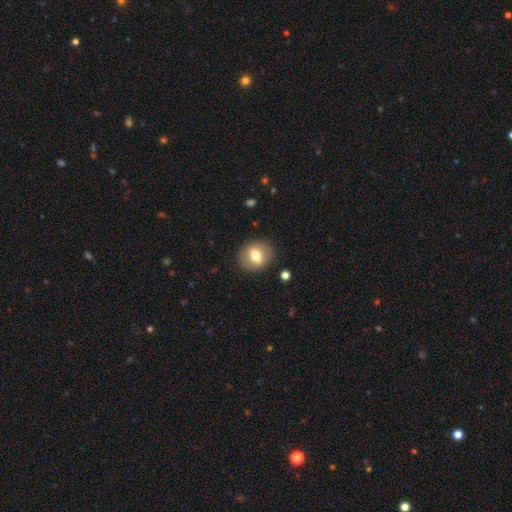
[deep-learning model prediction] Smooth or featured? Predicted: smooth (p=0.69). How rounded? Predicted: round (p=0.71). Merging? Predicted: none (p=0.88).